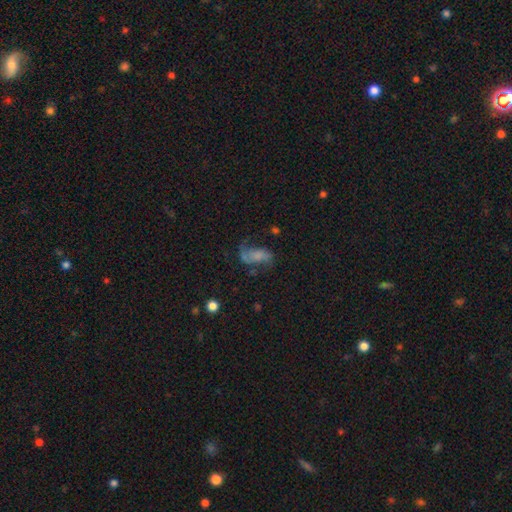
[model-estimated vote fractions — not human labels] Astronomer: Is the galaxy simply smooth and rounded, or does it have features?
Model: featured or disk — 56% (runner-up: smooth, 32%).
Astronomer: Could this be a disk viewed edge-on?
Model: no — 95%.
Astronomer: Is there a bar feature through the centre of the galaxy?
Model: no — 62%.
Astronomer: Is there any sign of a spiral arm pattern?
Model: yes — 82%.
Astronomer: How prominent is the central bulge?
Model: none — 47% (runner-up: small, 28%).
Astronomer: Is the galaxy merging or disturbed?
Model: none — 42% (runner-up: major disturbance, 31%).